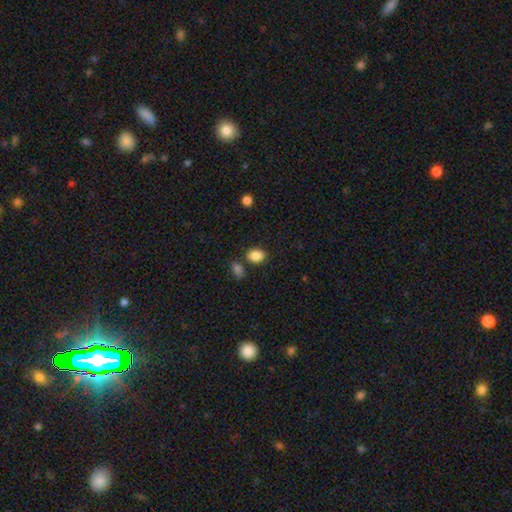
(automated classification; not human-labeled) Q: Smooth or featured?
A: smooth (87%); runner-up: star or artifact (9%)
Q: How rounded?
A: in between (69%); runner-up: round (30%)
Q: Merging?
A: none (76%); runner-up: minor disturbance (12%)